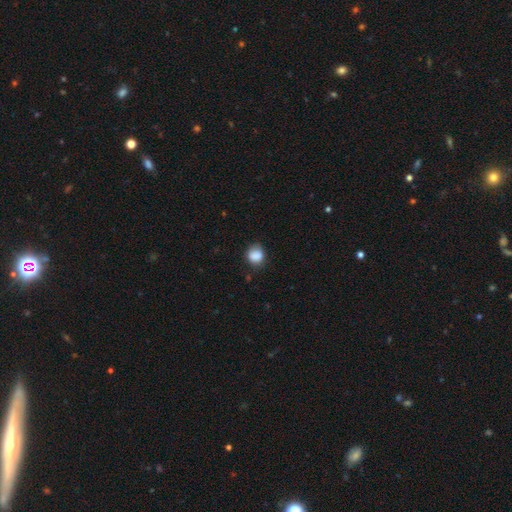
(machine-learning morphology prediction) This appears to be a smooth galaxy with no disk features (86%) that is round (72%). Merging: none (69%).